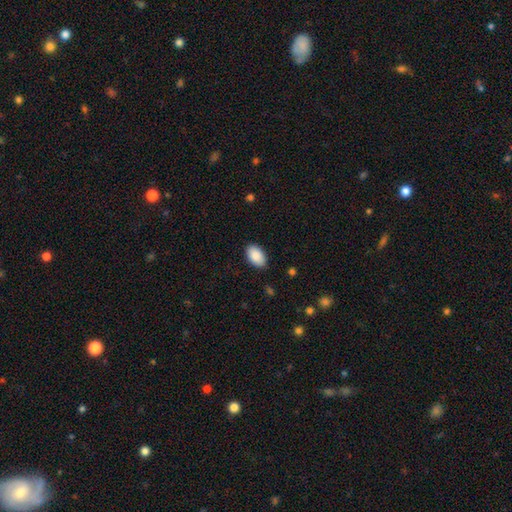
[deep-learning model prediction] smooth_or_featured: smooth (p=0.89) [alt: star or artifact p=0.06]
how_rounded: in between (p=0.94) [alt: round p=0.05]
merging: none (p=0.87) [alt: minor disturbance p=0.10]